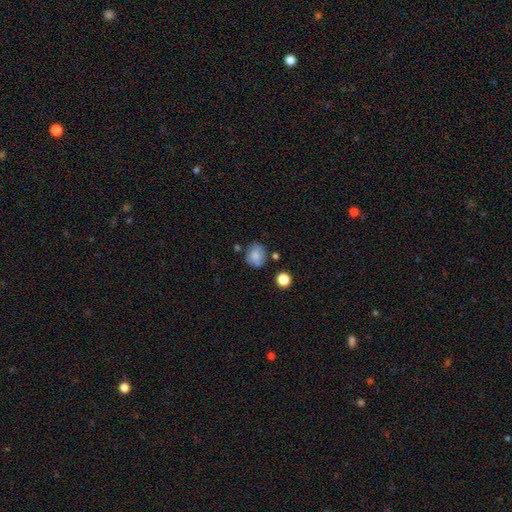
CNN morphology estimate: This is clearly a smooth galaxy (81%). How rounded: likely round (71%). Merging: likely none (71%).